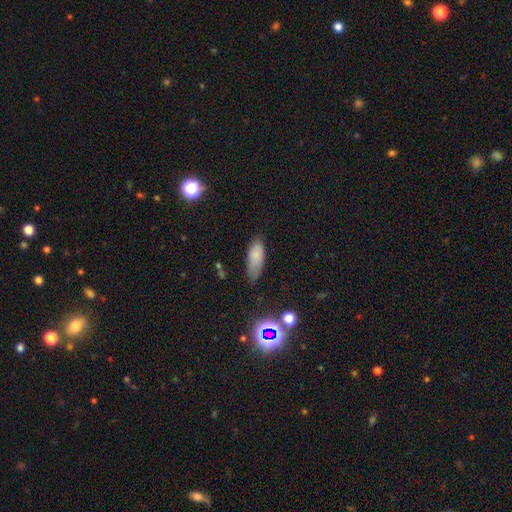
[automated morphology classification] type=smooth (80%); roundness=in between (76%); merging=none (65%).